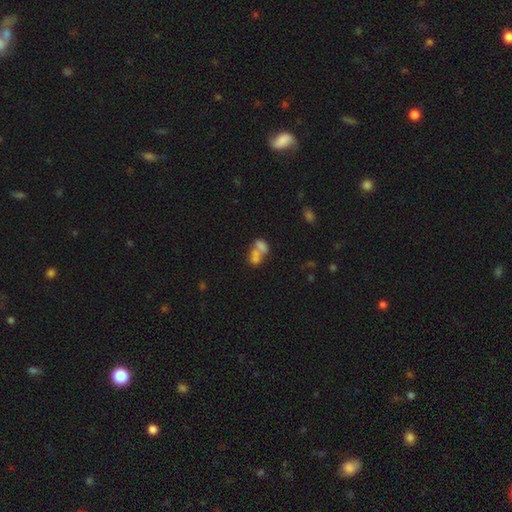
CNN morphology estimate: Smooth or featured? Predicted: smooth (p=0.67). How rounded? Predicted: in between (p=0.76). Merging? Predicted: merger (p=0.68).